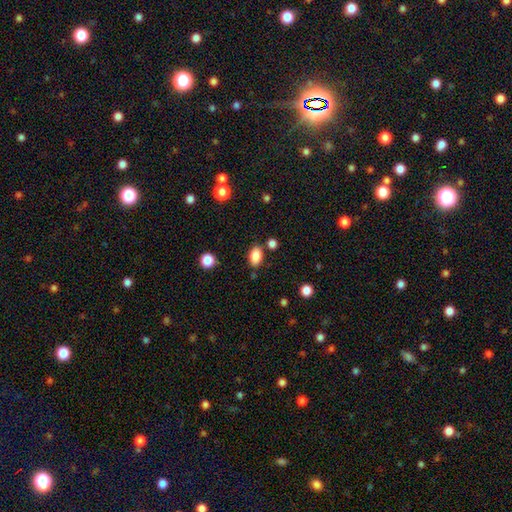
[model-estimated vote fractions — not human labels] Smooth or featured: smooth — 86% (star or artifact — 9%)
How rounded: in between — 86% (round — 12%)
Merging: none — 79% (minor disturbance — 12%)